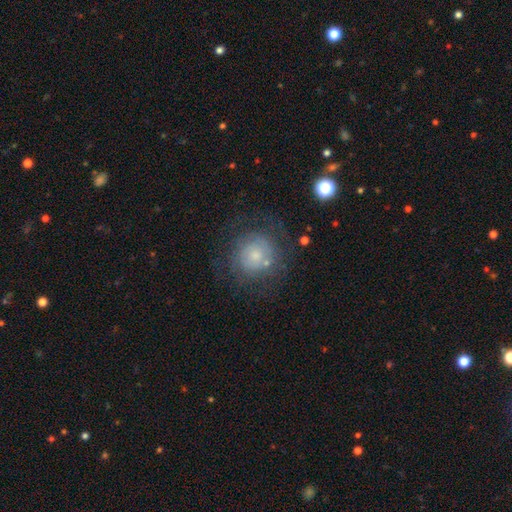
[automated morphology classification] A smooth galaxy with no disk features (49%).

Vote fractions:
- Smooth or featured? smooth: 49% / featured or disk: 40% / star or artifact: 11%
- Merging? none: 65% / minor disturbance: 17% / major disturbance: 13% / merger: 5%